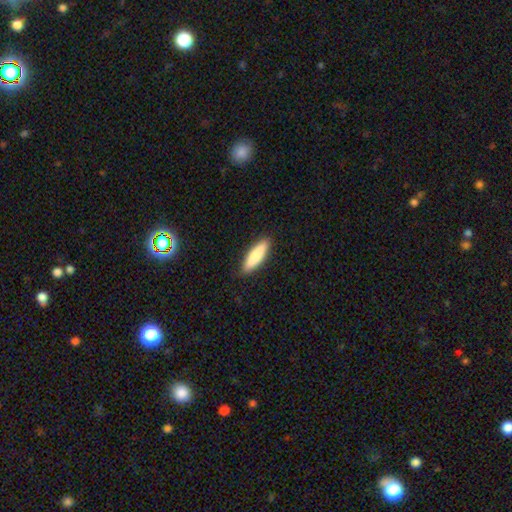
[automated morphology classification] Smooth or featured?
  - smooth: 81% *
  - featured or disk: 14%
  - star or artifact: 5%
How rounded?
  - cigar-shaped: 66% *
  - in between: 32%
  - round: 1%
Merging?
  - none: 89% *
  - minor disturbance: 9%
  - major disturbance: 2%
  - merger: 1%